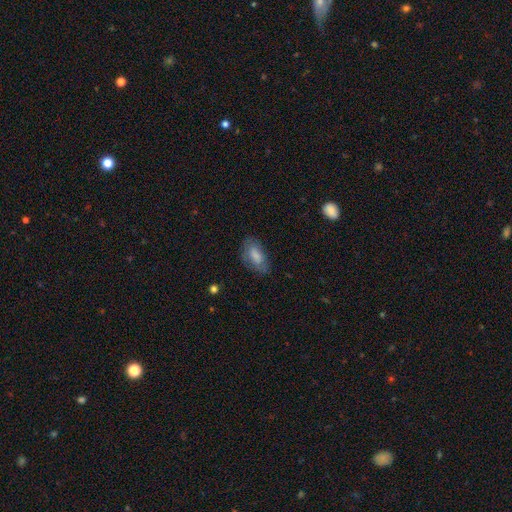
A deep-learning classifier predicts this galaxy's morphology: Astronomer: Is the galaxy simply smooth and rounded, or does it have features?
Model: smooth — 74%.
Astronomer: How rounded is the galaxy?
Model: in between — 91%.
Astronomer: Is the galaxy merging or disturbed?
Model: none — 70%.